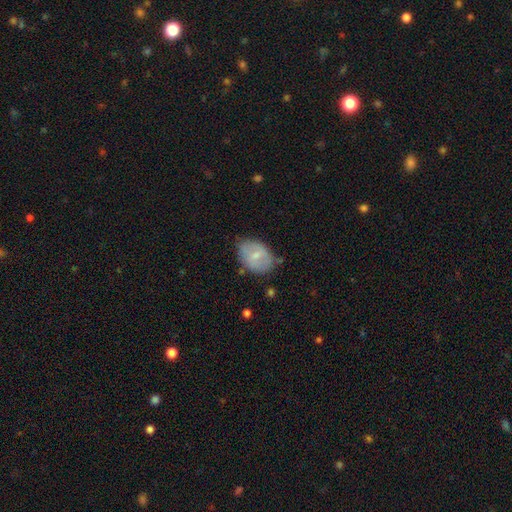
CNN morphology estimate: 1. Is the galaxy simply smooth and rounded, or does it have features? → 61% smooth, 32% featured or disk, 7% star or artifact.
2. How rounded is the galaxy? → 76% in between, 23% round, 1% cigar-shaped.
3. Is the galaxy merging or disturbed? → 64% none, 27% minor disturbance, 6% major disturbance, 3% merger.